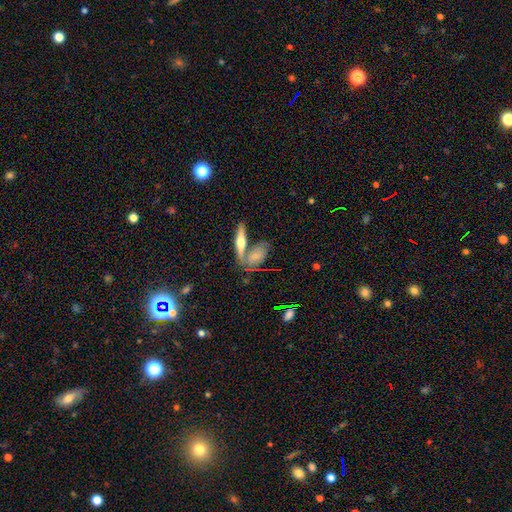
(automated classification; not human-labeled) Smooth or featured? Predicted: smooth (p=0.50). Merging? Predicted: none (p=0.51).